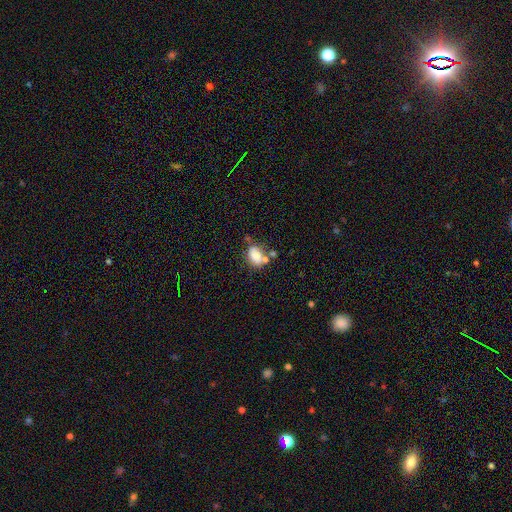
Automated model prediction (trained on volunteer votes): Smooth or featured: smooth — 78% (featured or disk — 13%)
How rounded: in between — 78% (round — 21%)
Merging: none — 43% (merger — 28%)